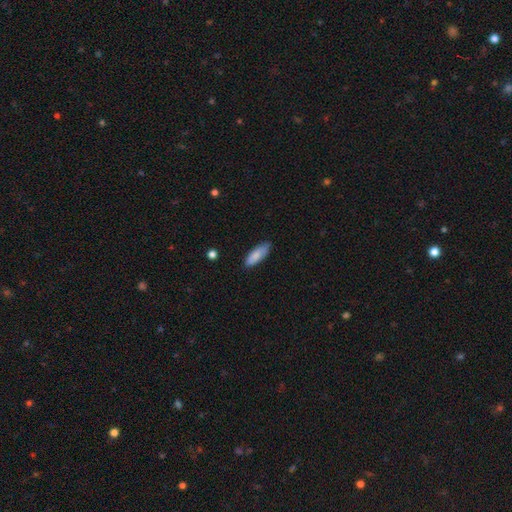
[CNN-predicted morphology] Smooth or featured?
  - smooth: 84% *
  - featured or disk: 10%
  - star or artifact: 6%
How rounded?
  - in between: 62% *
  - cigar-shaped: 36%
  - round: 2%
Merging?
  - none: 76% *
  - minor disturbance: 19%
  - major disturbance: 3%
  - merger: 1%